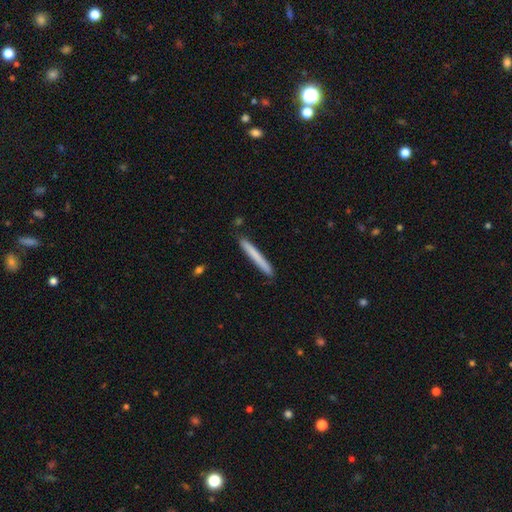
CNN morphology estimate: smooth_or_featured: smooth (p=0.73) [alt: featured or disk p=0.22]
how_rounded: cigar-shaped (p=0.97) [alt: in between p=0.02]
merging: none (p=0.90) [alt: minor disturbance p=0.07]